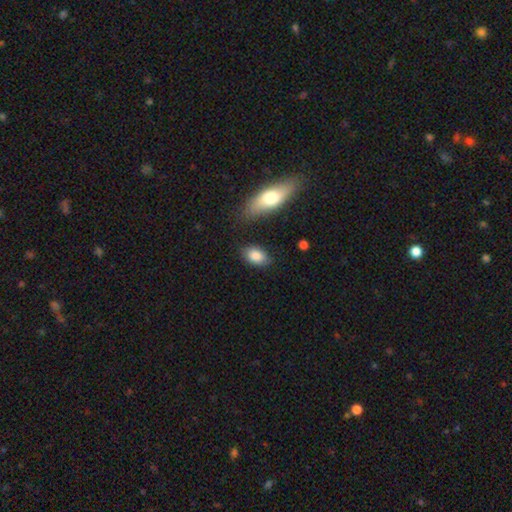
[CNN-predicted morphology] smooth 85%, featured or disk 8%, star or artifact 7%. Down the decision tree: how rounded — in between (87%); merging — none (81%).